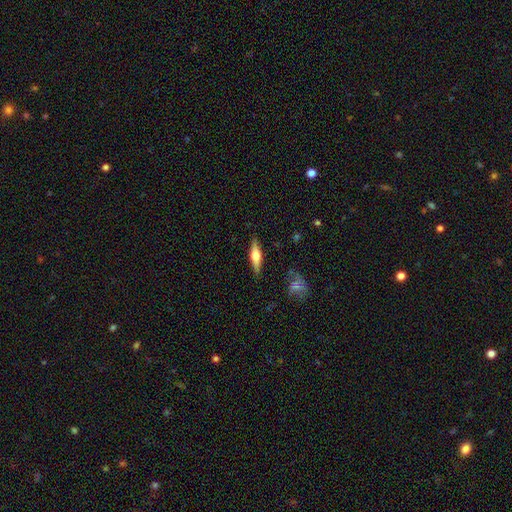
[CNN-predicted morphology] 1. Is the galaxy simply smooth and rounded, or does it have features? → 58% featured or disk, 36% smooth, 6% star or artifact.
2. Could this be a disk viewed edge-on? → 95% yes, 5% no.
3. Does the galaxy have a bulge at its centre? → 90% rounded, 7% boxy, 2% none.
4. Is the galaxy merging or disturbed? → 86% none, 10% minor disturbance, 2% major disturbance, 2% merger.